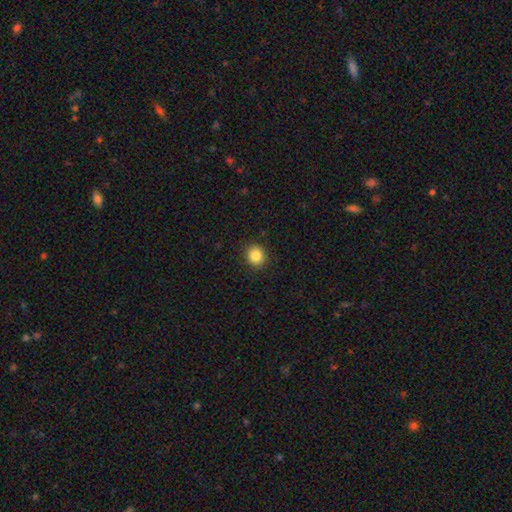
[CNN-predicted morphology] Smooth or featured? smooth (85%)
How rounded? round (90%)
Merging? none (91%)